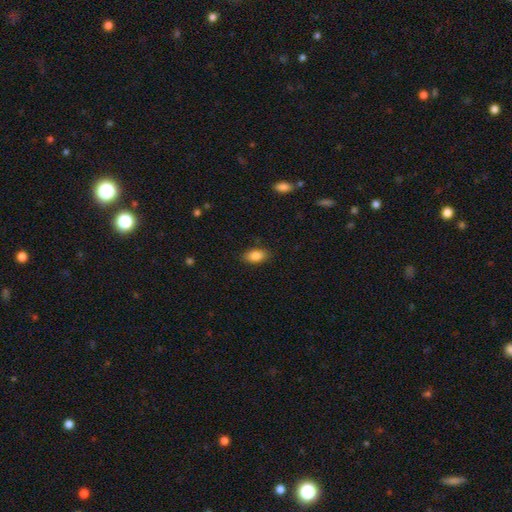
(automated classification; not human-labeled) smooth 86%, star or artifact 8%, featured or disk 6%. Down the decision tree: how rounded — in between (89%); merging — none (85%).